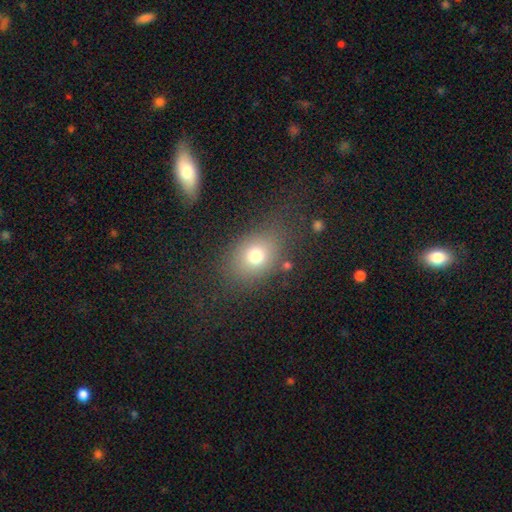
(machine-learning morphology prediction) Smooth or featured?
  - smooth: 75% *
  - star or artifact: 13%
  - featured or disk: 12%
How rounded?
  - in between: 58% *
  - round: 41%
  - cigar-shaped: 1%
Merging?
  - none: 72% *
  - minor disturbance: 16%
  - major disturbance: 9%
  - merger: 3%